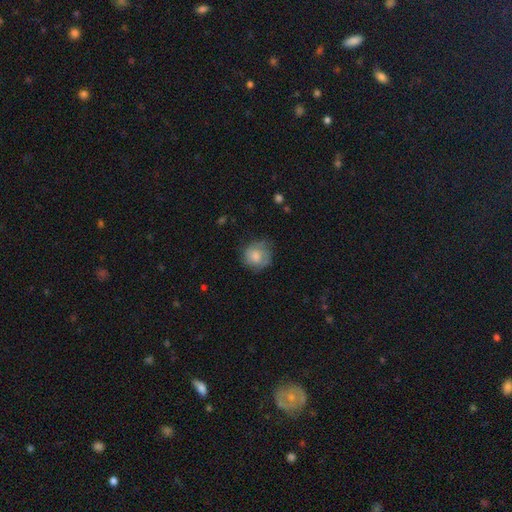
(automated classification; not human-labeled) Smooth or featured? Predicted: smooth (p=0.70). How rounded? Predicted: round (p=0.84). Merging? Predicted: none (p=0.64).